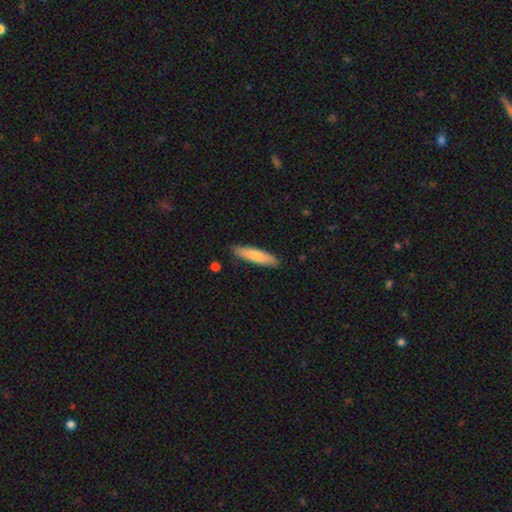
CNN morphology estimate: type=smooth (80%); roundness=cigar-shaped (77%); merging=none (87%).